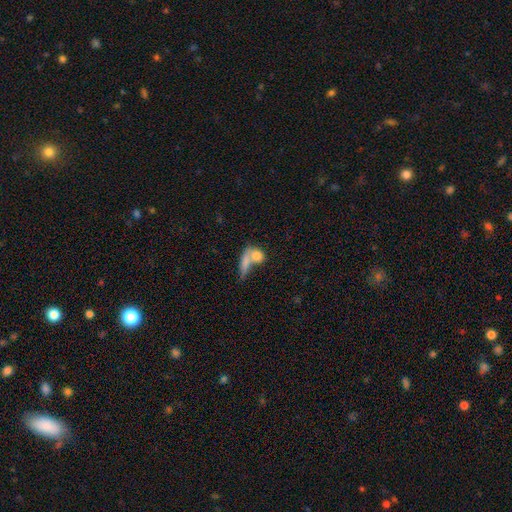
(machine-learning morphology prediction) A smooth galaxy with no disk features (75%) that is in between round and cigar-shaped (53%).

Vote fractions:
- Smooth or featured? smooth: 75% / featured or disk: 16% / star or artifact: 8%
- How rounded? in between: 53% / round: 36% / cigar-shaped: 11%
- Merging? merger: 58% / none: 24% / major disturbance: 11% / minor disturbance: 8%